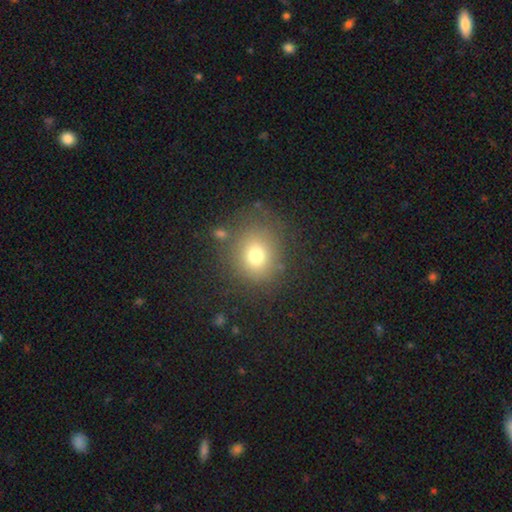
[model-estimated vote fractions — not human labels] smooth-or-featured: smooth: 74% | star or artifact: 15% | featured or disk: 12%
  how-rounded: round: 79% | in between: 20% | cigar-shaped: 1%
  merging: none: 77% | minor disturbance: 13% | major disturbance: 7% | merger: 4%